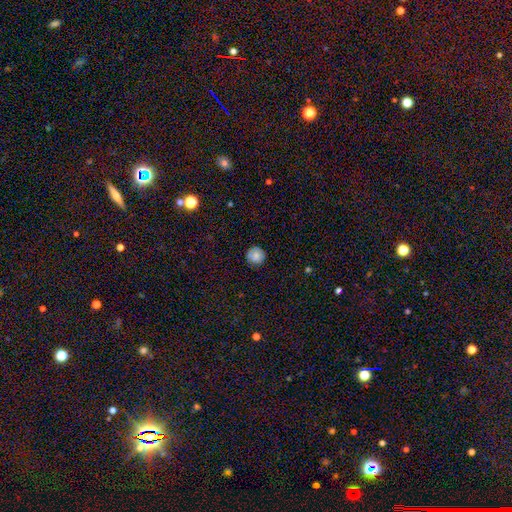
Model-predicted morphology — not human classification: A smooth galaxy with no disk features (81%) that is round (94%).

Vote fractions:
- Smooth or featured? smooth: 81% / star or artifact: 10% / featured or disk: 9%
- How rounded? round: 94% / in between: 5% / cigar-shaped: 1%
- Merging? none: 86% / minor disturbance: 11% / major disturbance: 2% / merger: 1%